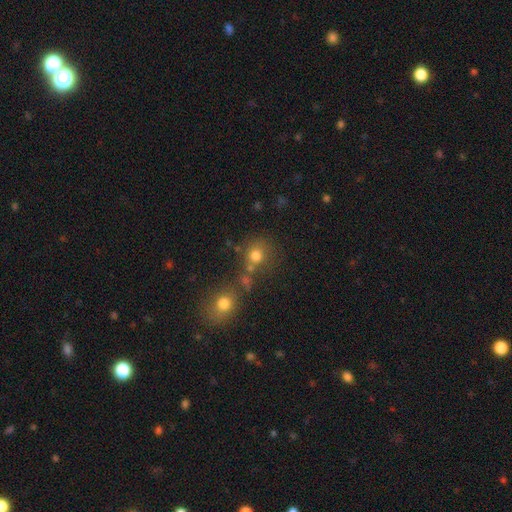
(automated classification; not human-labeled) A smooth galaxy with no disk features (75%) that is round (84%). Merging: none (58%).